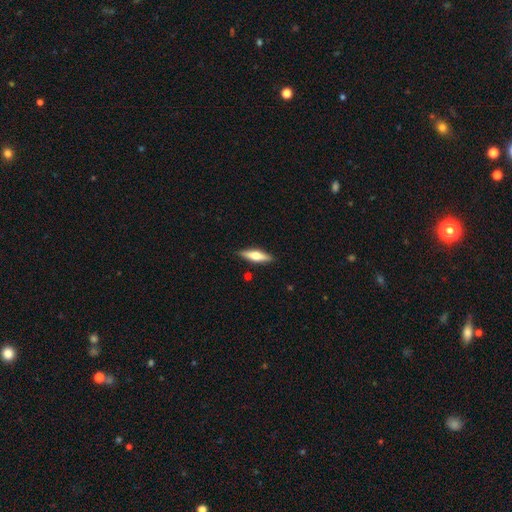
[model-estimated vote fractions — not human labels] A featured or disk galaxy (47%, tied with smooth). Merging: none (88%).